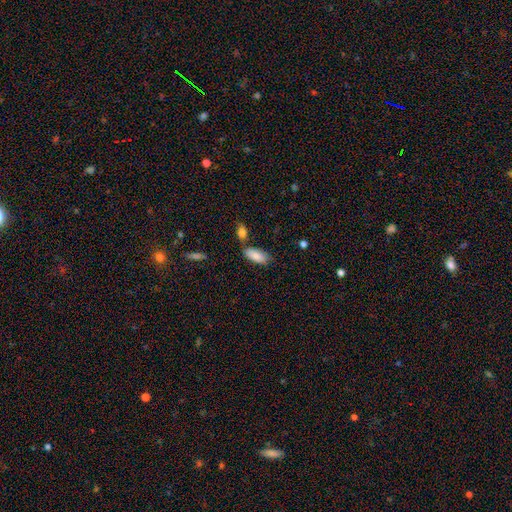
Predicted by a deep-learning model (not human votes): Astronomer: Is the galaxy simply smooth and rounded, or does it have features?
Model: smooth — 85%.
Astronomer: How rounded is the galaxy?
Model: in between — 88%.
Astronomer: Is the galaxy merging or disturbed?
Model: none — 66%.